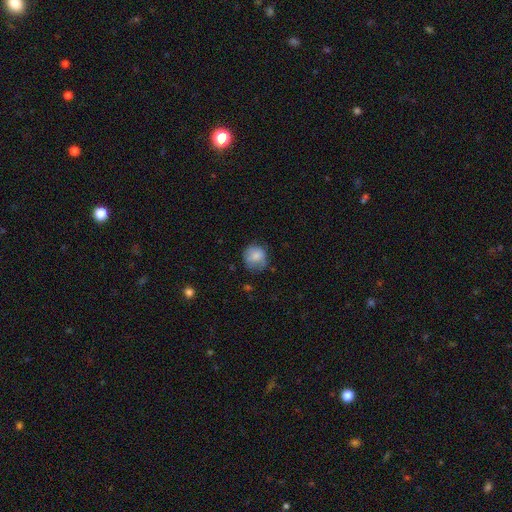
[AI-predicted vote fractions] Morphology: type=smooth (75%); roundness=round (79%); merging=none (57%).